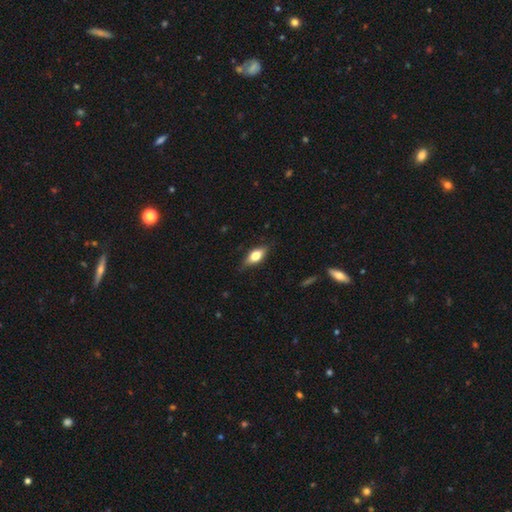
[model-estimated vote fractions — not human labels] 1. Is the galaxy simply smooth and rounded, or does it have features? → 63% smooth, 29% featured or disk, 7% star or artifact.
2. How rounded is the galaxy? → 77% in between, 18% cigar-shaped, 6% round.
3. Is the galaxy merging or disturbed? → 80% none, 16% minor disturbance, 3% major disturbance, 1% merger.